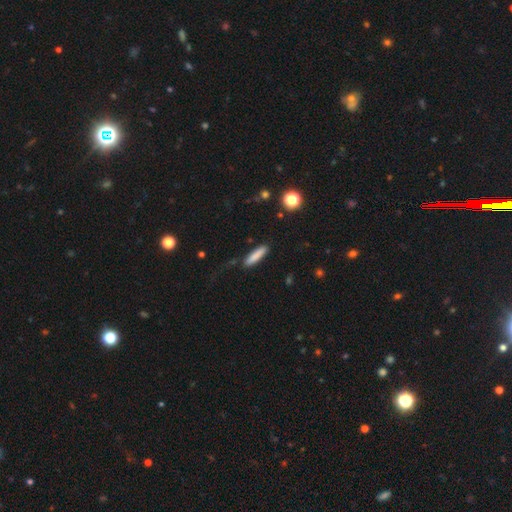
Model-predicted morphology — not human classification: Smooth or featured?
  - smooth: 83% *
  - featured or disk: 10%
  - star or artifact: 7%
How rounded?
  - cigar-shaped: 81% *
  - in between: 17%
  - round: 2%
Merging?
  - none: 83% *
  - minor disturbance: 12%
  - major disturbance: 3%
  - merger: 2%